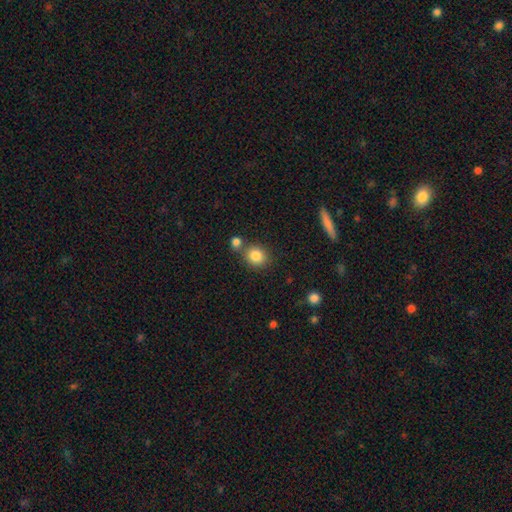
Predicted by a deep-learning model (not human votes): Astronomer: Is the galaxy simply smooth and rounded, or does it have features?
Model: smooth — 84%.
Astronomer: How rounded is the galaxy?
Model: round — 78%.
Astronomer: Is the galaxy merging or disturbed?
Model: none — 67%.